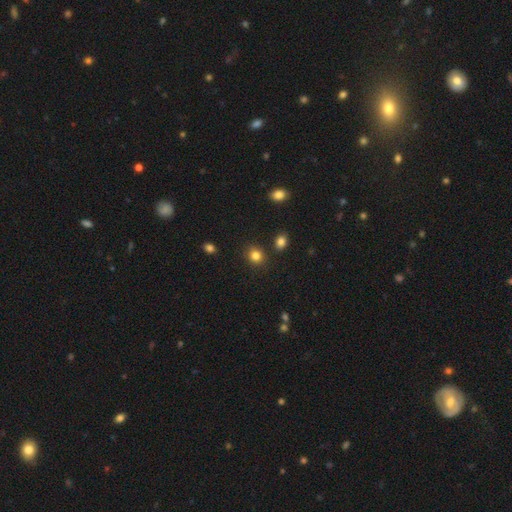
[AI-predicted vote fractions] Morphology: type=smooth (84%); roundness=round (79%); merging=none (86%).